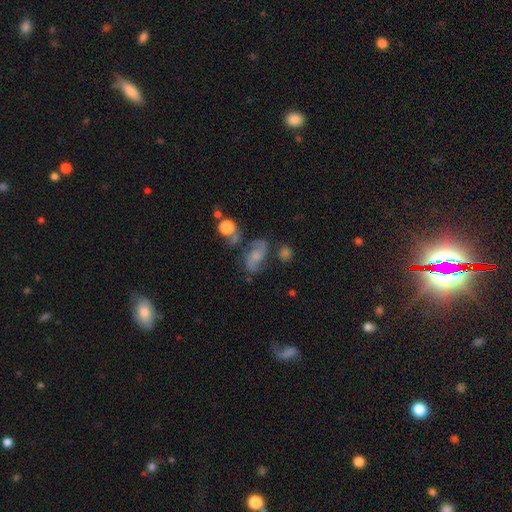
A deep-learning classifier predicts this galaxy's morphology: smooth_or_featured: featured or disk (p=0.70) [alt: smooth p=0.19]
disk_edge_on: no (p=0.97) [alt: yes p=0.03]
bar: no (p=0.59) [alt: weak p=0.34]
has_spiral_arms: yes (p=0.93) [alt: no p=0.07]
spiral_winding: loose (p=0.45) [alt: medium p=0.43]
spiral_arm_count: 2 (p=0.89) [alt: can't tell p=0.05]
bulge_size: small (p=0.35) [alt: moderate p=0.34]
merging: none (p=0.56) [alt: minor disturbance p=0.21]